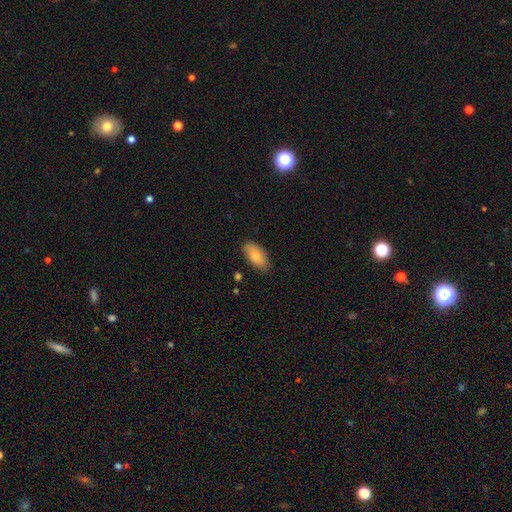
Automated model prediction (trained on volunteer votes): Smooth or featured? Predicted: smooth (p=0.80). How rounded? Predicted: in between (p=0.92). Merging? Predicted: none (p=0.84).